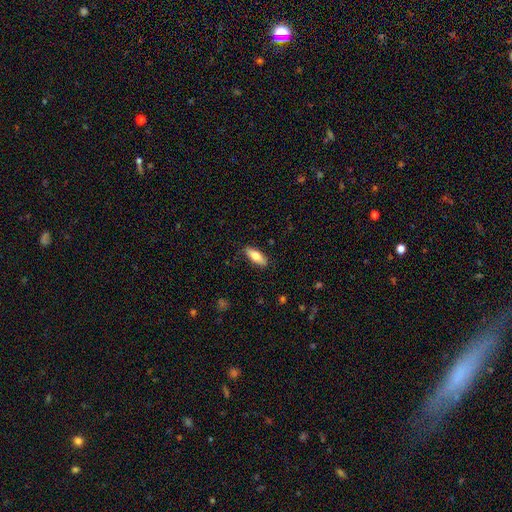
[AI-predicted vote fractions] This is likely a smooth galaxy (73%). How rounded: likely in between (67%). Merging: clearly none (88%).